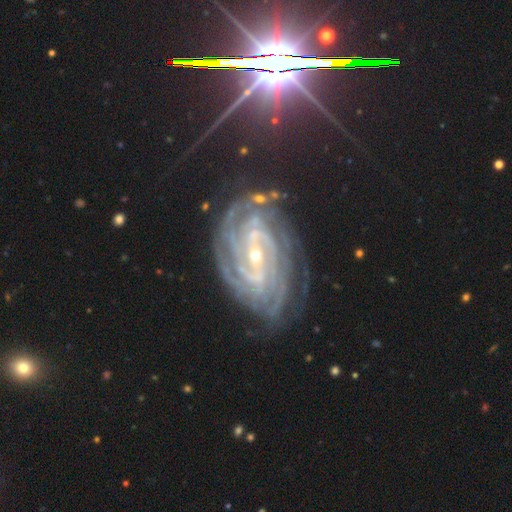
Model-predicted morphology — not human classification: Smooth or featured? featured or disk (91%)
Edge-on disk? no (97%)
Bar? weak (40%)
Spiral arms? yes (98%)
Spiral winding? tight (77%)
Spiral arm count? 4 (25%)
Bulge size? small (72%)
Merging? none (72%)